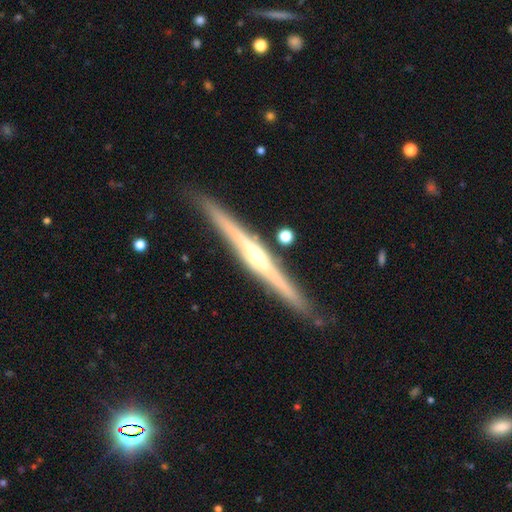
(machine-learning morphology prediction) Smooth or featured: featured or disk — 82% (smooth — 13%)
Edge-on disk: yes — 98% (no — 2%)
Edge-on bulge: rounded — 76% (none — 17%)
Merging: none — 87% (minor disturbance — 9%)